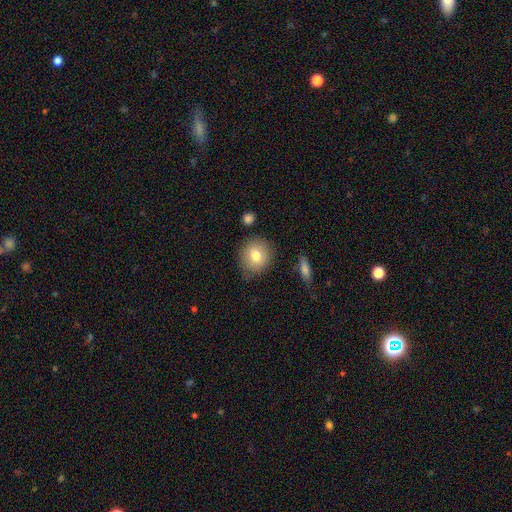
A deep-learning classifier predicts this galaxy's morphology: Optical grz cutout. It shows a smooth galaxy with no disk features (79%) that is round (81%). Merging: none (80%).